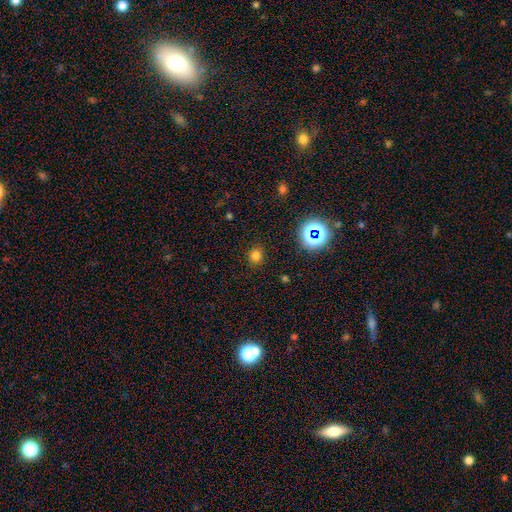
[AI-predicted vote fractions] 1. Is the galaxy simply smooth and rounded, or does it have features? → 73% smooth, 21% star or artifact, 6% featured or disk.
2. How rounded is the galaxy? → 81% round, 18% in between, 1% cigar-shaped.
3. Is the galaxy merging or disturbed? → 88% none, 8% minor disturbance, 3% major disturbance, 1% merger.